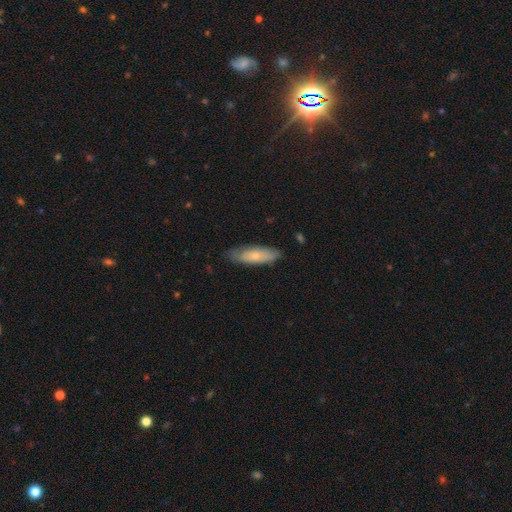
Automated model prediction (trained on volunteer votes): smooth-or-featured: smooth: 65% | featured or disk: 29% | star or artifact: 6%
  how-rounded: cigar-shaped: 51% | in between: 47% | round: 2%
  merging: none: 76% | minor disturbance: 20% | major disturbance: 3% | merger: 1%